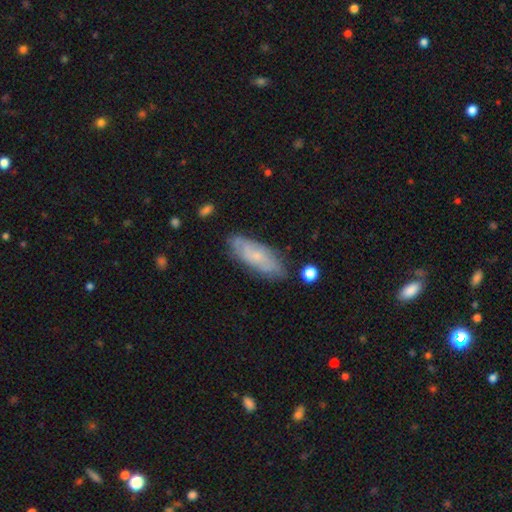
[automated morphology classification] A smooth galaxy with no disk features (51%) that is in between round and cigar-shaped (64%).

Vote fractions:
- Smooth or featured? smooth: 51% / featured or disk: 42% / star or artifact: 7%
- How rounded? in between: 64% / cigar-shaped: 33% / round: 2%
- Merging? none: 76% / minor disturbance: 17% / major disturbance: 4% / merger: 2%